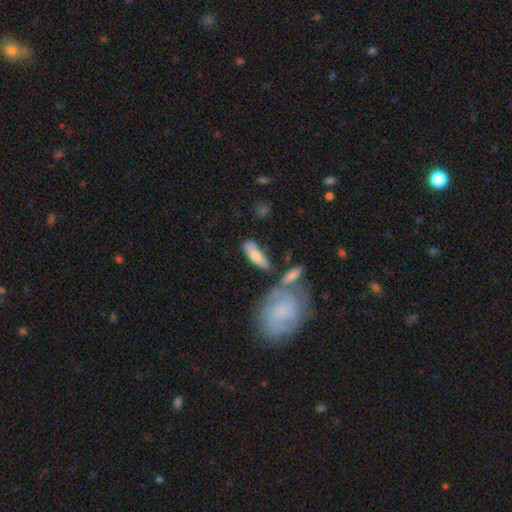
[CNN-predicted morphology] Overall: smooth (62%; featured or disk 31%). How rounded: in between (54%; cigar-shaped 42%). Merging: none (61%).